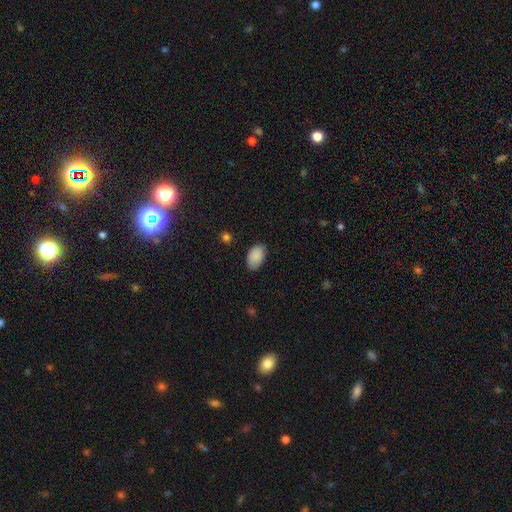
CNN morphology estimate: A smooth galaxy with no disk features (89%) that is in between round and cigar-shaped (92%).

Vote fractions:
- Smooth or featured? smooth: 89% / star or artifact: 7% / featured or disk: 4%
- How rounded? in between: 92% / round: 6% / cigar-shaped: 1%
- Merging? none: 83% / minor disturbance: 13% / major disturbance: 3% / merger: 1%